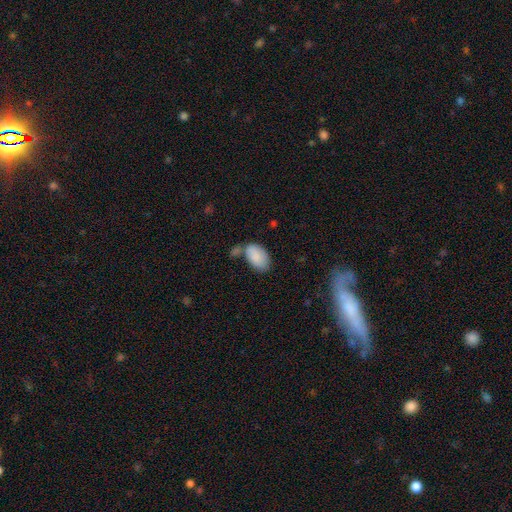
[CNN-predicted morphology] smooth-or-featured: smooth: 86% | featured or disk: 7% | star or artifact: 6%
  how-rounded: in between: 95% | round: 4% | cigar-shaped: 1%
  merging: none: 46% | merger: 23% | minor disturbance: 22% | major disturbance: 9%